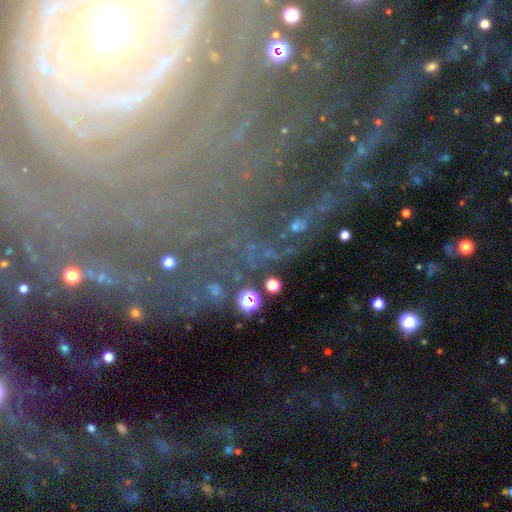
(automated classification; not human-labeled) Smooth or featured? Predicted: star or artifact (p=0.48).